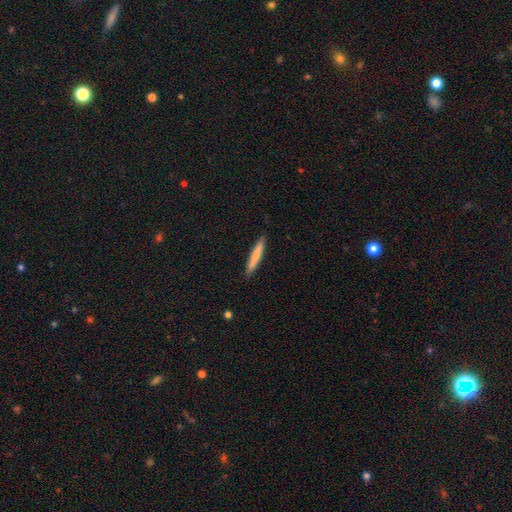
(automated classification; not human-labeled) A smooth galaxy with no disk features (73%) that is cigar-shaped (95%).

Vote fractions:
- Smooth or featured? smooth: 73% / featured or disk: 21% / star or artifact: 5%
- How rounded? cigar-shaped: 95% / in between: 4% / round: 1%
- Merging? none: 90% / minor disturbance: 7% / major disturbance: 1% / merger: 1%